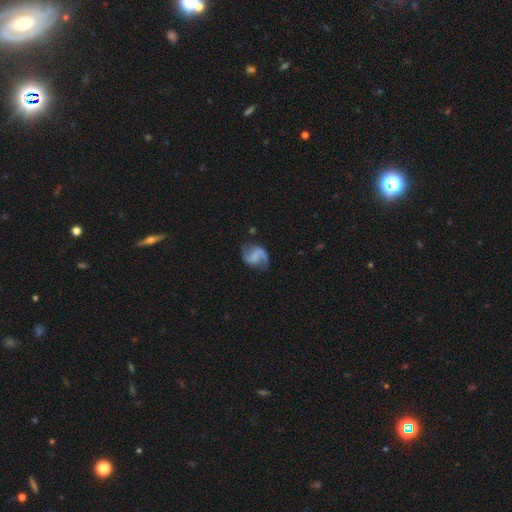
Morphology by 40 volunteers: Volunteers were most divided on "bar": weak: 50%, no: 27%, strong: 23%. More confident: edge-on disk — no (100%); spiral arms — yes (90%); spiral arm count — 2 (81%); smooth or featured — featured or disk (75%); merging — none (64%); spiral winding — loose (63%); bulge size — none (60%).